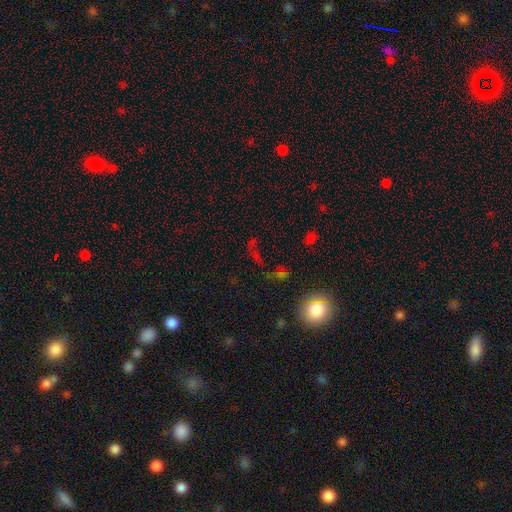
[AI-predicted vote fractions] This appears to be a star or artifact, not a galaxy (58%).